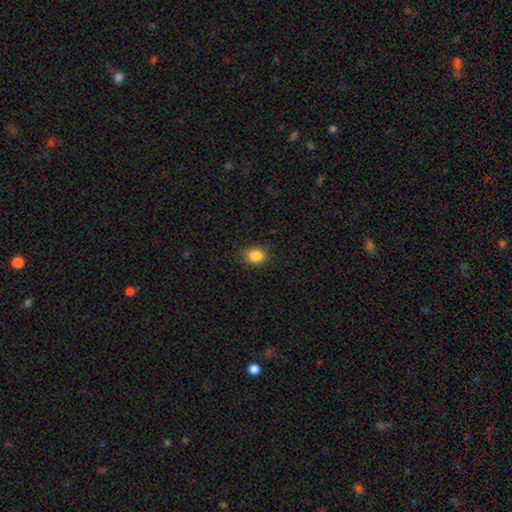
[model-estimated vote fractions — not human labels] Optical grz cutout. It shows a smooth galaxy with no disk features (85%) that is in between round and cigar-shaped (61%). Merging: none (85%).